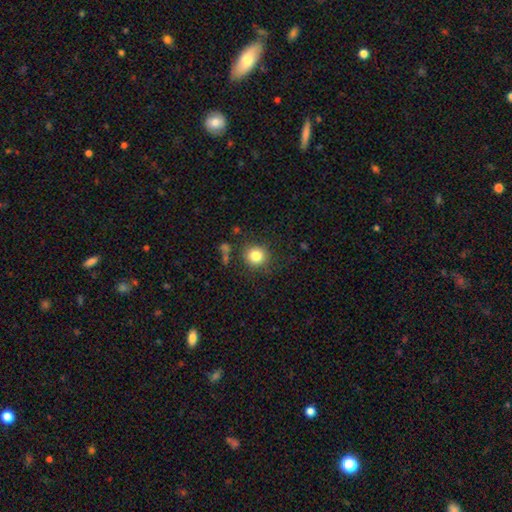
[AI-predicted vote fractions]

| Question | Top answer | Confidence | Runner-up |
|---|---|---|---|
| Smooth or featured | smooth | 82% | star or artifact (11%) |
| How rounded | round | 92% | in between (7%) |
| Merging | none | 84% | minor disturbance (9%) |